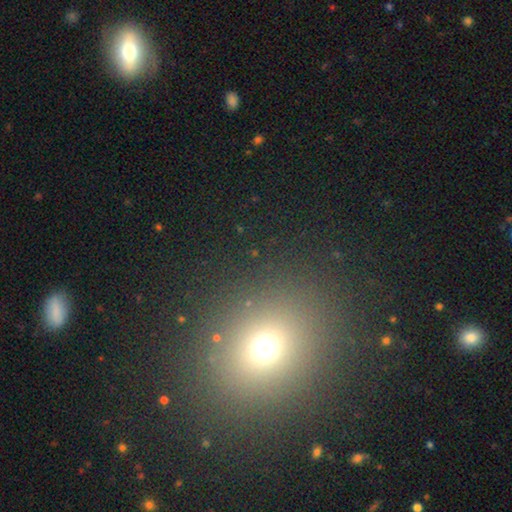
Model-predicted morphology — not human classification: Smooth or featured?
  - smooth: 58% *
  - star or artifact: 32%
  - featured or disk: 9%
How rounded?
  - round: 72% *
  - in between: 26%
  - cigar-shaped: 2%
Merging?
  - none: 87% *
  - minor disturbance: 7%
  - major disturbance: 4%
  - merger: 3%